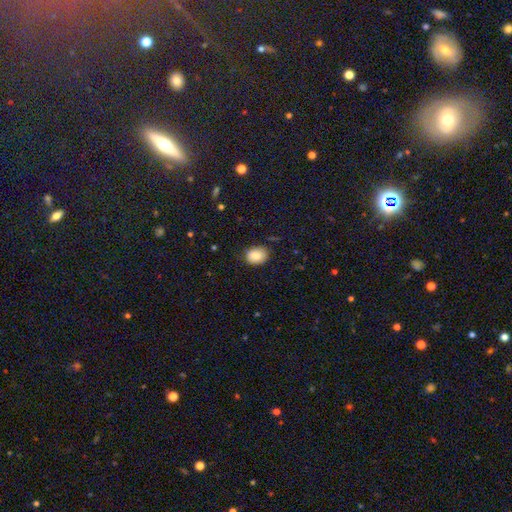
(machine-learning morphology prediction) smooth-or-featured: smooth: 84% | star or artifact: 9% | featured or disk: 7%
  how-rounded: in between: 51% | round: 49% | cigar-shaped: 1%
  merging: none: 82% | minor disturbance: 14% | major disturbance: 3% | merger: 1%